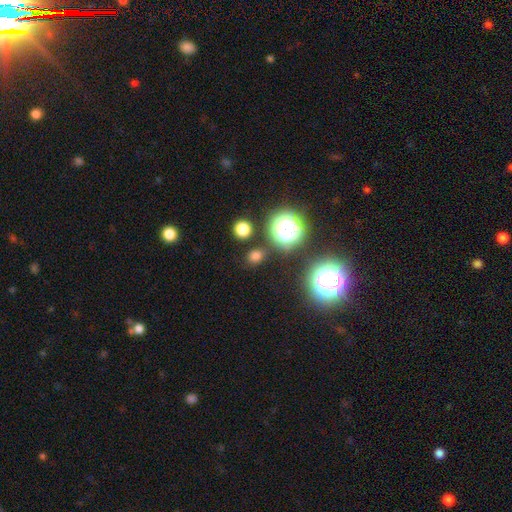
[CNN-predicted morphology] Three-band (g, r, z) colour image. It shows a smooth galaxy with no disk features (66%) that is round (70%). Merging: none (81%).